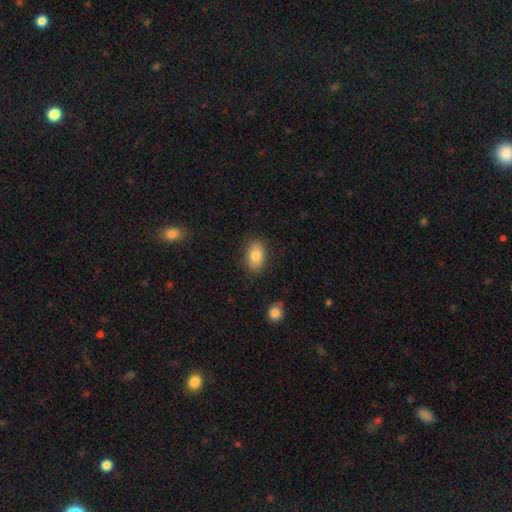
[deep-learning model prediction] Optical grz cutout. It shows a smooth galaxy with no disk features (80%) that is in between round and cigar-shaped (87%). Merging: none (84%).